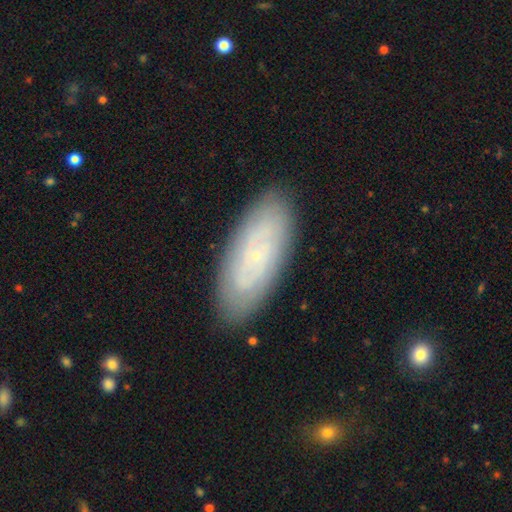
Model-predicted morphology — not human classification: Overall: featured or disk (60%; smooth 32%). Edge-on disk: no (88%). Bar: no (81%). Spiral arms: yes (69%; no 31%). Bulge size: small (88%). Merging: none (85%).